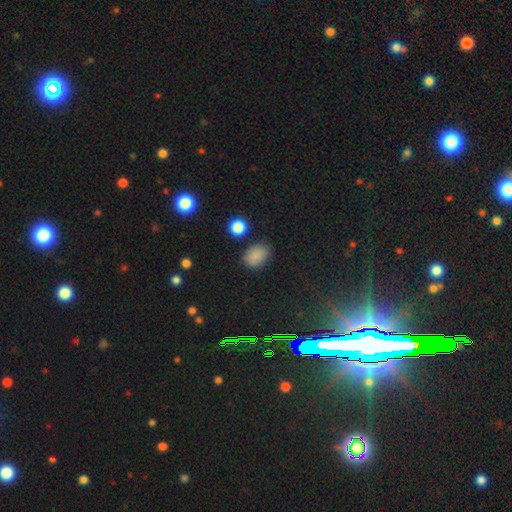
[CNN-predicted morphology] Smooth or featured: smooth — 83% (star or artifact — 12%)
How rounded: in between — 71% (round — 27%)
Merging: none — 75% (minor disturbance — 17%)